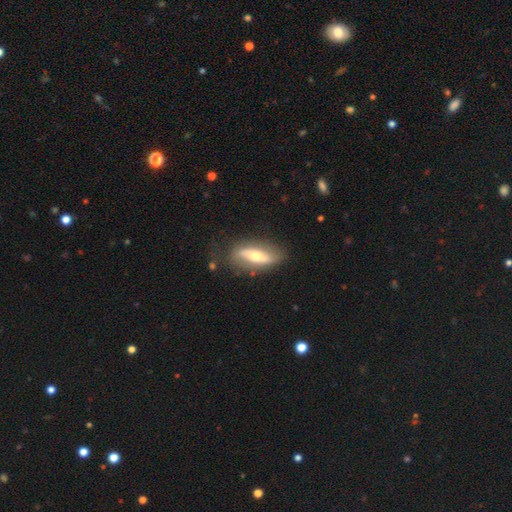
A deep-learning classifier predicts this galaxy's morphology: Overall: featured or disk (64%; smooth 30%). Edge-on disk: no (70%; yes 30%). Merging: none (74%).